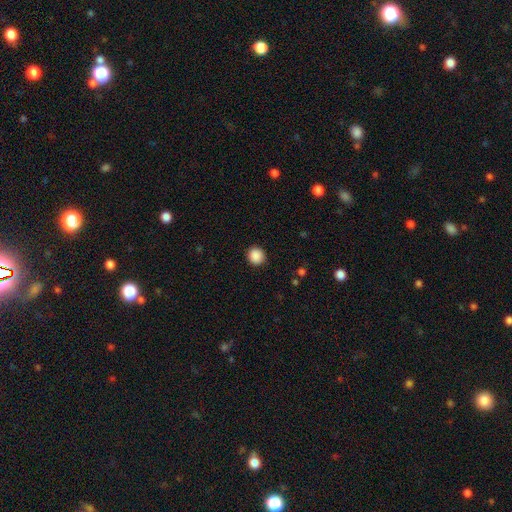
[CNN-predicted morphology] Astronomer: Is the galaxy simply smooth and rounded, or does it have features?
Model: smooth — 89%.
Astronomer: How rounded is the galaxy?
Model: round — 89%.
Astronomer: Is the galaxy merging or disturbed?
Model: none — 92%.